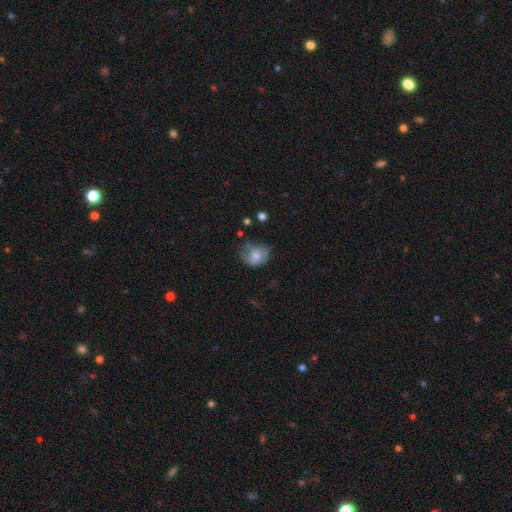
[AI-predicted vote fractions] smooth-or-featured: smooth: 58% | featured or disk: 33% | star or artifact: 9%
  how-rounded: in between: 52% | round: 47% | cigar-shaped: 1%
  merging: none: 39% | minor disturbance: 34% | major disturbance: 22% | merger: 5%